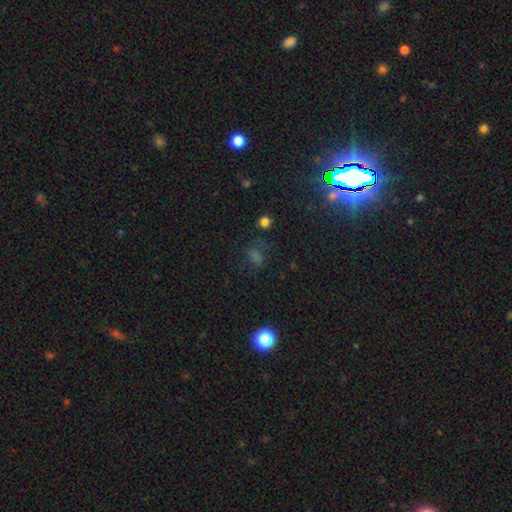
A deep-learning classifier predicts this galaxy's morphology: Smooth or featured?
  - star or artifact: 52% *
  - smooth: 33%
  - featured or disk: 15%